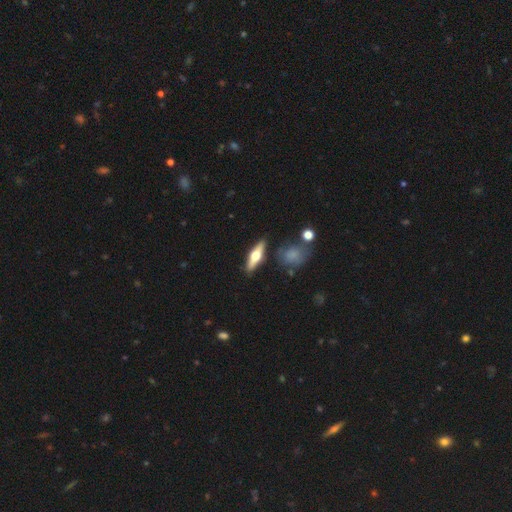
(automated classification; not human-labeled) smooth_or_featured: featured or disk (p=0.57) [alt: smooth p=0.37]
disk_edge_on: yes (p=0.93) [alt: no p=0.07]
edge_on_bulge: rounded (p=0.95) [alt: boxy p=0.03]
merging: none (p=0.84) [alt: minor disturbance p=0.10]